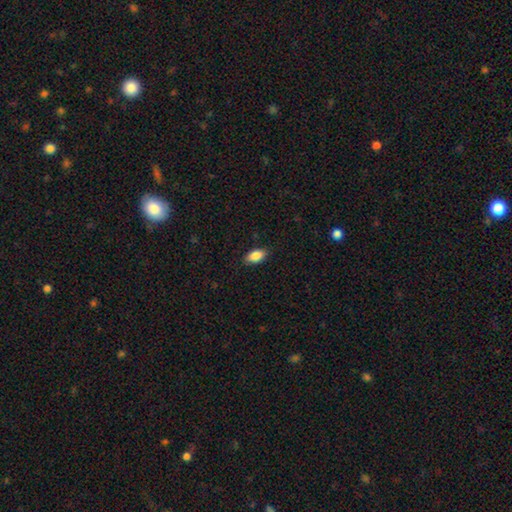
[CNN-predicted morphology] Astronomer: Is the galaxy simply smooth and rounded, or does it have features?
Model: smooth — 87%.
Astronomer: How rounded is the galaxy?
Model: in between — 92%.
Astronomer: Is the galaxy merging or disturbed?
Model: none — 87%.